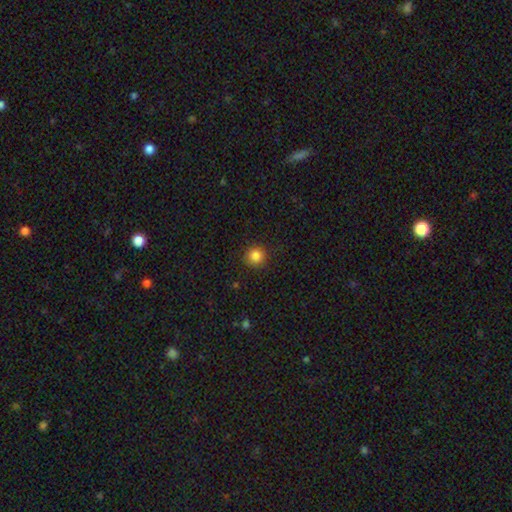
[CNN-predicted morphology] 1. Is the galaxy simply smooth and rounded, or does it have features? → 84% smooth, 12% star or artifact, 4% featured or disk.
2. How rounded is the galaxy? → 93% round, 6% in between, 1% cigar-shaped.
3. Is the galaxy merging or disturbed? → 89% none, 7% minor disturbance, 2% major disturbance, 1% merger.